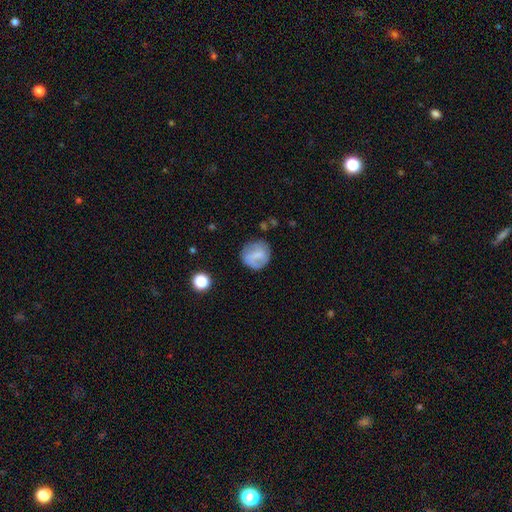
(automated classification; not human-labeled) This appears to be a smooth galaxy with no disk features (61%) that is round (84%). Merging: none (69%).